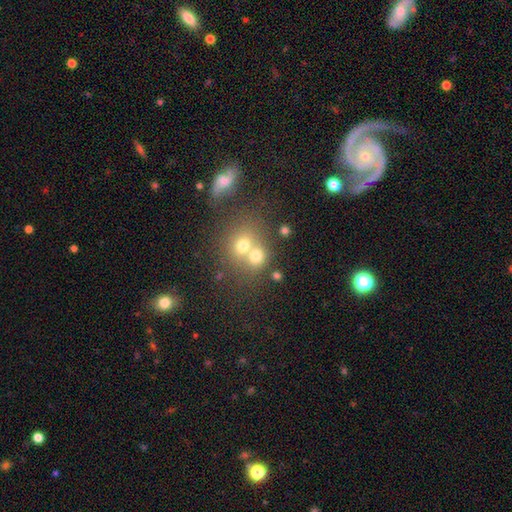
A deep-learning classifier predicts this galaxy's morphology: This appears to be a smooth galaxy with no disk features (69%) that is round (70%). Merging: merger (54%).